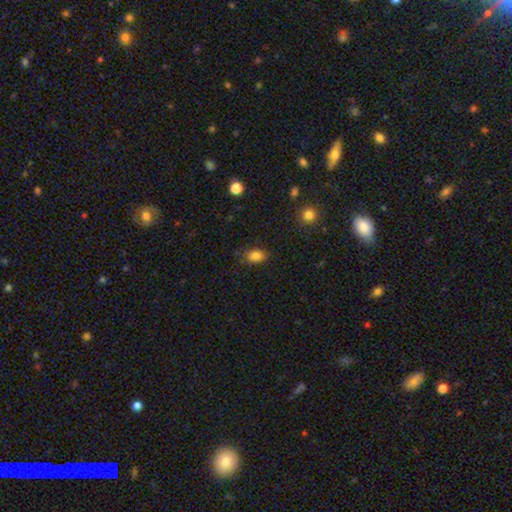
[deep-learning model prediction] Morphology: type=smooth (83%); roundness=in between (80%); merging=none (79%).